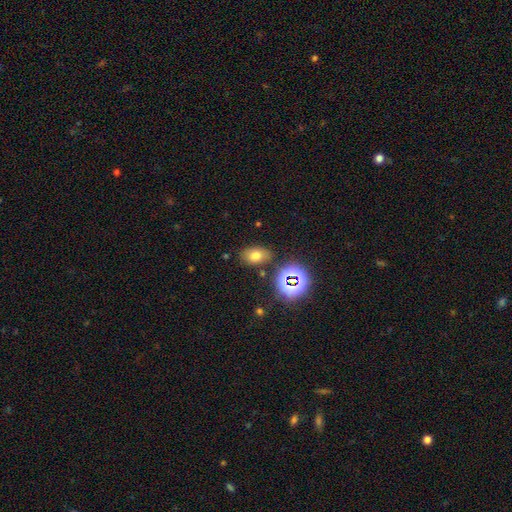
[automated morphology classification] smooth_or_featured: smooth (p=0.67) [alt: star or artifact p=0.20]
how_rounded: in between (p=0.82) [alt: round p=0.17]
merging: none (p=0.79) [alt: minor disturbance p=0.12]